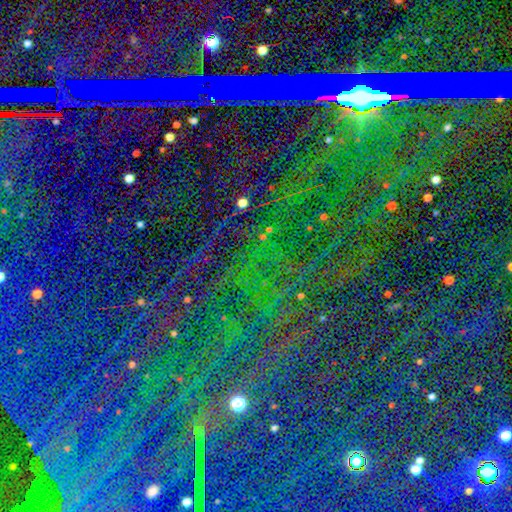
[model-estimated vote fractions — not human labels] Q: Smooth or featured?
A: star or artifact (87%); runner-up: smooth (7%)